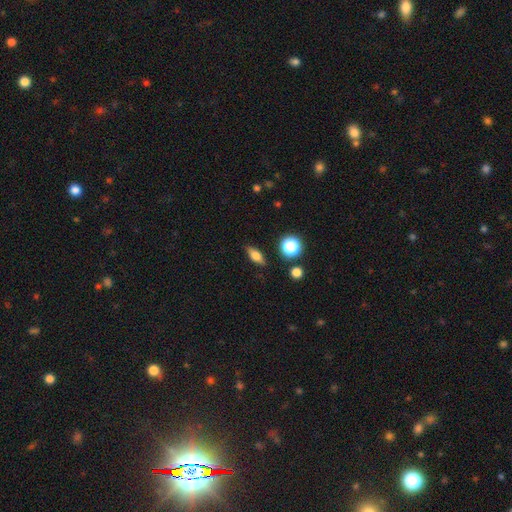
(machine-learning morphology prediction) Smooth or featured: smooth — 66% (featured or disk — 23%)
How rounded: in between — 66% (cigar-shaped — 21%)
Merging: none — 85% (minor disturbance — 10%)